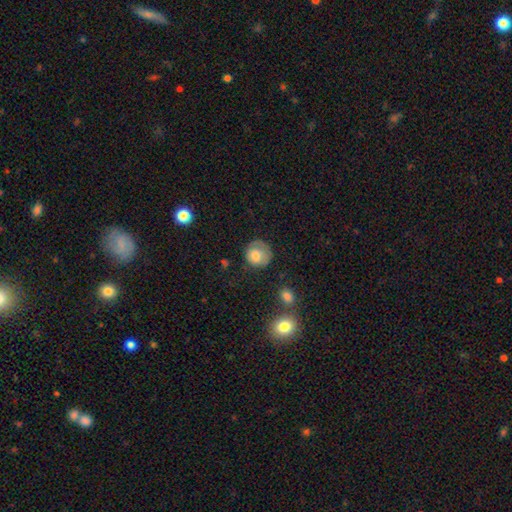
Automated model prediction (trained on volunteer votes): The model was most divided on "merging": none: 58%, minor disturbance: 26%, major disturbance: 13%, merger: 3%. More confident: how rounded — round (84%); smooth or featured — smooth (75%).